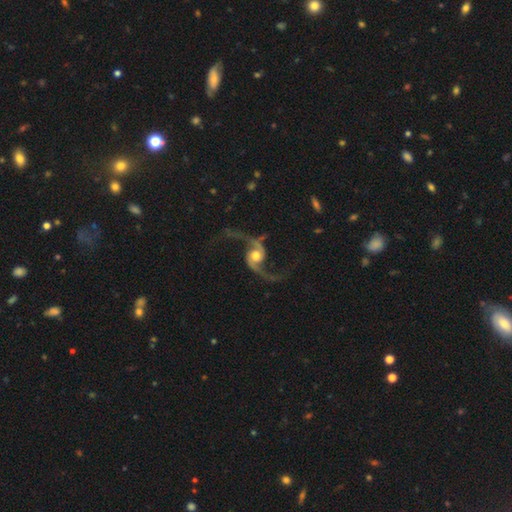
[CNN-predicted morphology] A featured or disk galaxy (92%) with no bar (62%), 2 (95%) loose (83%) spiral arms (98%) and a moderate central bulge (62%).

Vote fractions:
- Smooth or featured? featured or disk: 92% / star or artifact: 4% / smooth: 3%
- Edge-on disk? no: 97% / yes: 3%
- Bar? no: 62% / weak: 26% / strong: 12%
- Spiral arms? yes: 98% / no: 2%
- Spiral winding? loose: 83% / medium: 14% / tight: 3%
- Spiral arm count? 2: 95% / 1: 1% / can't tell: 1% / 3: 1% / 4: 1% / more than 4: 1%
- Bulge size? moderate: 62% / large: 21% / small: 12% / dominant: 3% / none: 2%
- Merging? none: 74% / minor disturbance: 13% / major disturbance: 11% / merger: 3%